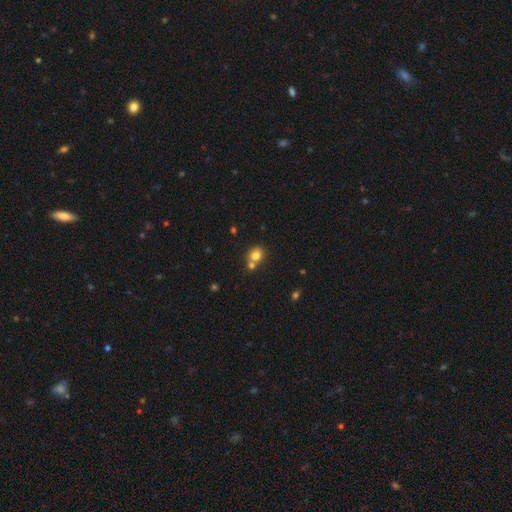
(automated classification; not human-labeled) Q: Smooth or featured?
A: smooth (79%); runner-up: star or artifact (13%)
Q: How rounded?
A: round (76%); runner-up: in between (23%)
Q: Merging?
A: none (56%); runner-up: merger (33%)